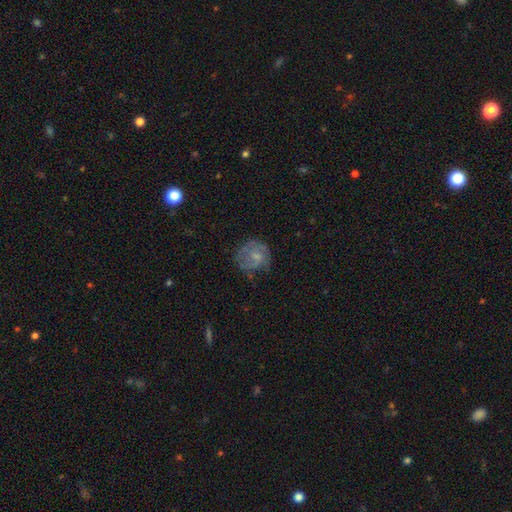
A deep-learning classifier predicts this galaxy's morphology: smooth-or-featured: featured or disk: 53% | smooth: 38% | star or artifact: 9%
  disk-edge-on: no: 98% | yes: 2%
    bar: no: 59% | weak: 36% | strong: 5%
    has-spiral-arms: yes: 71% | no: 29%
    bulge-size: small: 46% | moderate: 26% | none: 24% | large: 2% | dominant: 1%
  merging: none: 56% | minor disturbance: 24% | major disturbance: 18% | merger: 2%